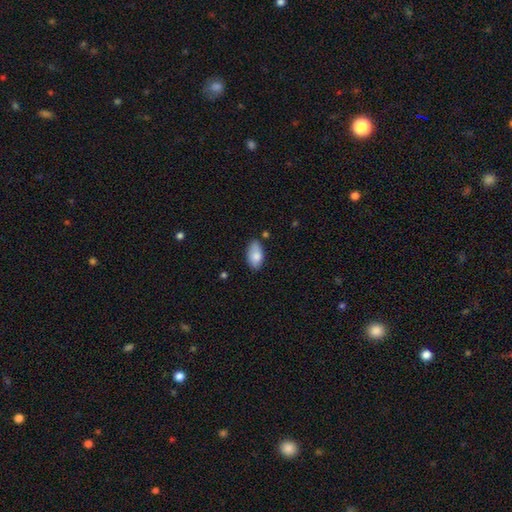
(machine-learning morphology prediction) This appears to be a smooth galaxy with no disk features (84%) that is in between round and cigar-shaped (93%). Merging: none (71%).